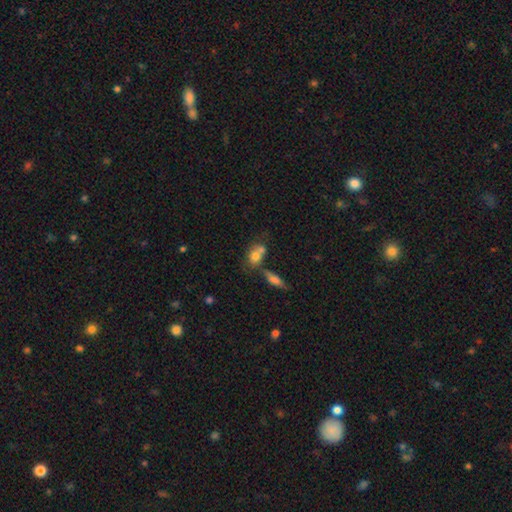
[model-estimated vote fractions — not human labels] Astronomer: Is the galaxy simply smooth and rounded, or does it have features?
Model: smooth — 73%.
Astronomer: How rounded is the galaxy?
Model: in between — 56% (runner-up: round, 40%).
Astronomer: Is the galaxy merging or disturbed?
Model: merger — 44% (runner-up: none, 38%).